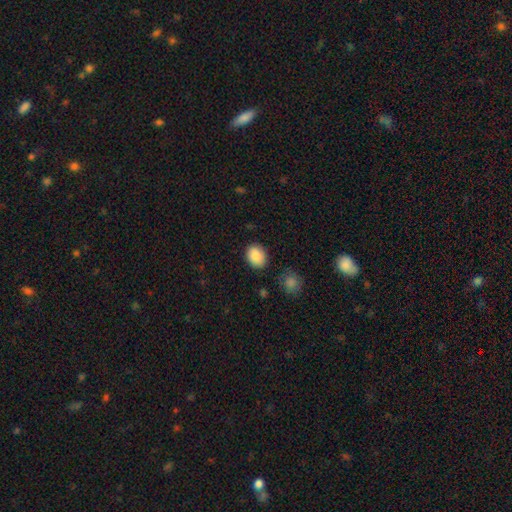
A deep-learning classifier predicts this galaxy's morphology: This appears to be a smooth galaxy with no disk features (88%) that is in between round and cigar-shaped (56%). Merging: none (83%).